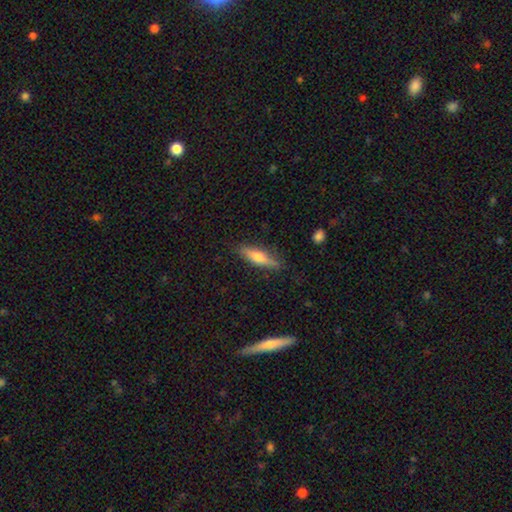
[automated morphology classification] Smooth or featured?
  - smooth: 55% *
  - featured or disk: 39%
  - star or artifact: 6%
How rounded?
  - cigar-shaped: 72% *
  - in between: 26%
  - round: 2%
Merging?
  - none: 85% *
  - minor disturbance: 12%
  - major disturbance: 2%
  - merger: 2%